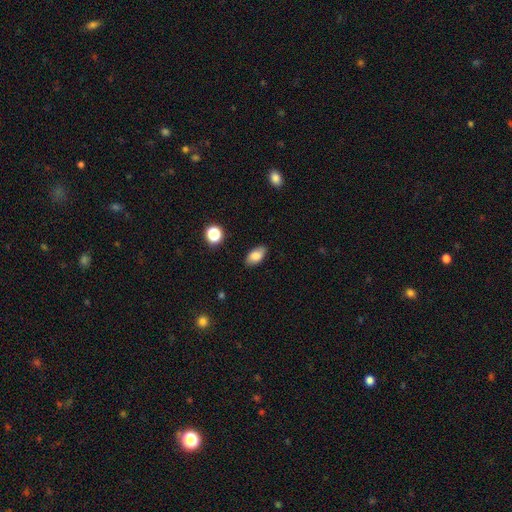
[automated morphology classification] Smooth or featured: smooth — 83% (featured or disk — 9%)
How rounded: in between — 92% (round — 5%)
Merging: none — 85% (minor disturbance — 11%)